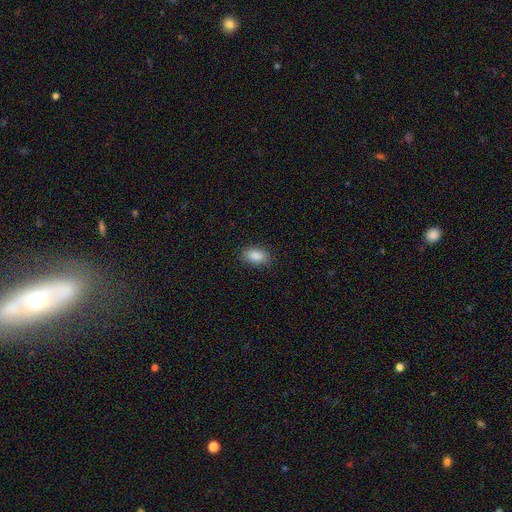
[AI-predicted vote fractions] Smooth or featured: smooth — 89% (star or artifact — 7%)
How rounded: in between — 92% (round — 6%)
Merging: none — 87% (minor disturbance — 9%)